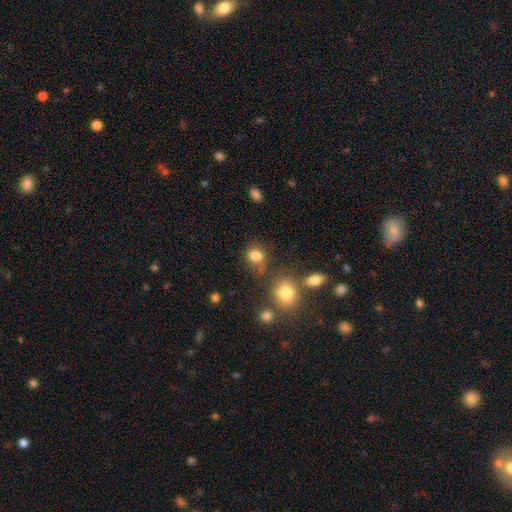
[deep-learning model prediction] The model was most divided on "how rounded": round: 66%, in between: 33%, cigar-shaped: 1%. More confident: smooth or featured — smooth (82%); merging — none (63%).